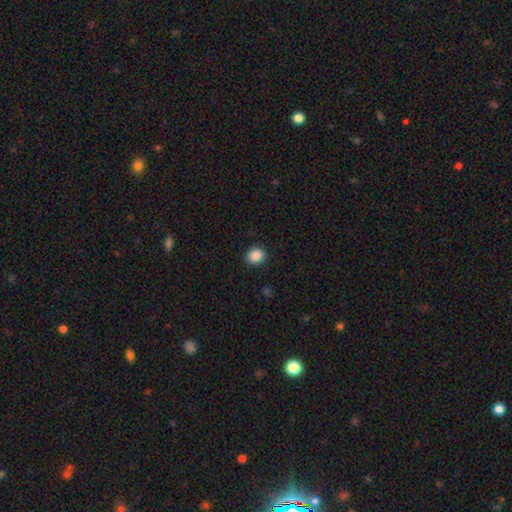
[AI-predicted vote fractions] Q: Smooth or featured?
A: smooth (88%); runner-up: star or artifact (9%)
Q: How rounded?
A: round (72%); runner-up: in between (27%)
Q: Merging?
A: none (90%); runner-up: minor disturbance (7%)